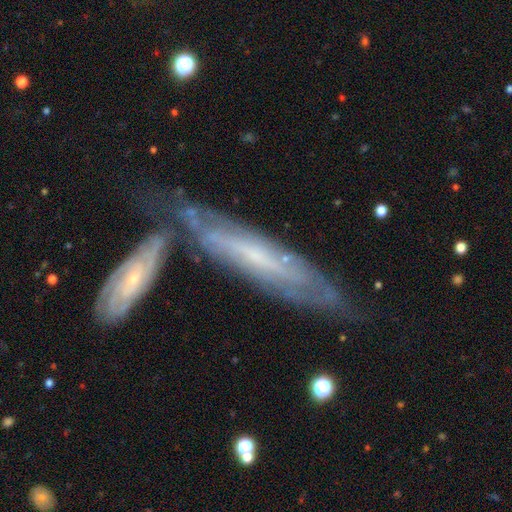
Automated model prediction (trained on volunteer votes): Smooth or featured?
  - featured or disk: 71% *
  - smooth: 23%
  - star or artifact: 7%
Edge-on disk?
  - no: 53% *
  - yes: 47%
Merging?
  - none: 55% *
  - merger: 19%
  - minor disturbance: 19%
  - major disturbance: 6%